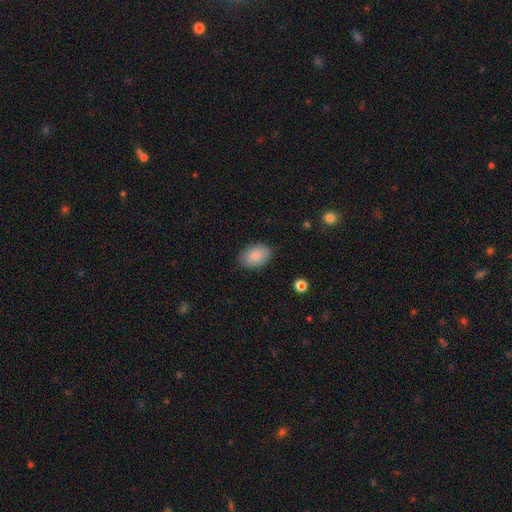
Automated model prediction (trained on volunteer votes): Smooth or featured? Predicted: smooth (p=0.87). How rounded? Predicted: in between (p=0.89). Merging? Predicted: none (p=0.83).